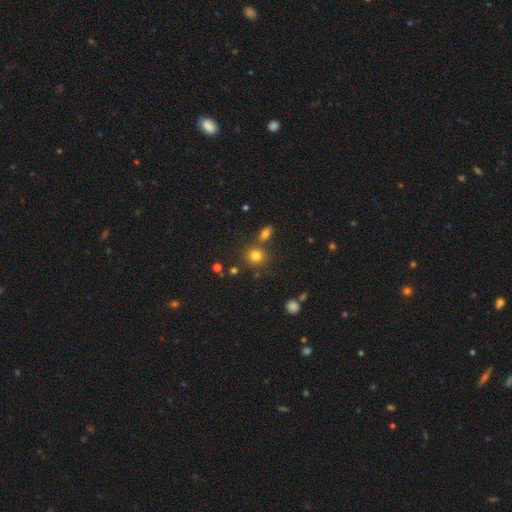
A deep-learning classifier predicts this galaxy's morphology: smooth-or-featured: smooth: 79% | star or artifact: 14% | featured or disk: 7%
  how-rounded: round: 82% | in between: 17% | cigar-shaped: 1%
  merging: none: 71% | merger: 16% | minor disturbance: 10% | major disturbance: 3%